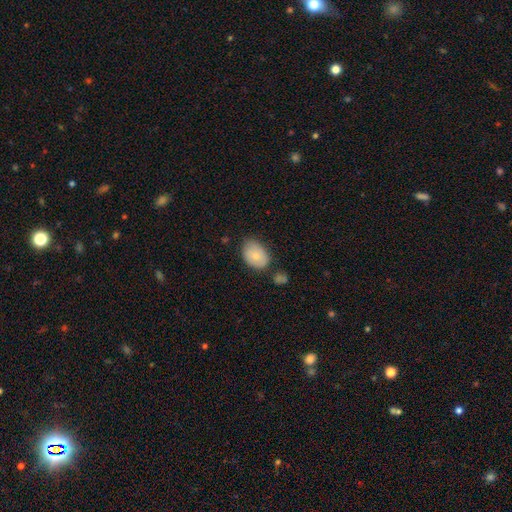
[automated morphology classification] Smooth or featured? smooth (78%)
How rounded? in between (79%)
Merging? none (65%)